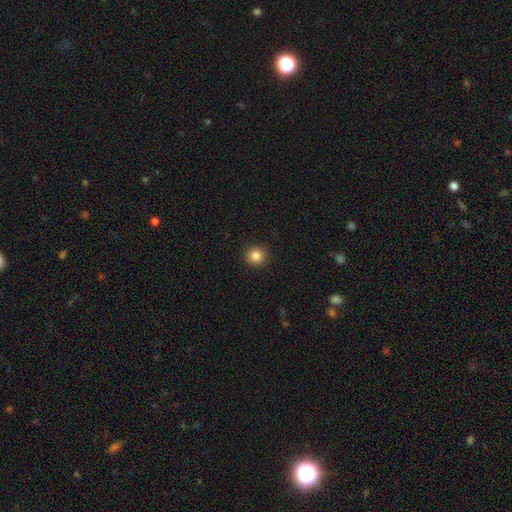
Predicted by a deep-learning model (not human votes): This appears to be a smooth galaxy with no disk features (85%) that is round (94%). Merging: none (92%).